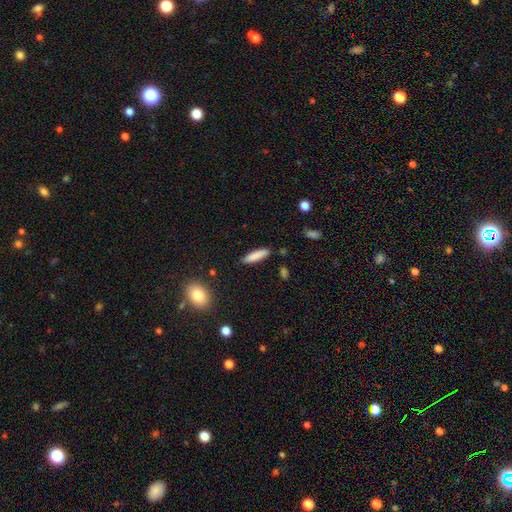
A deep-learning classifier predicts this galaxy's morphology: This appears to be a smooth galaxy with no disk features (84%) that is cigar-shaped (76%). Merging: none (87%).